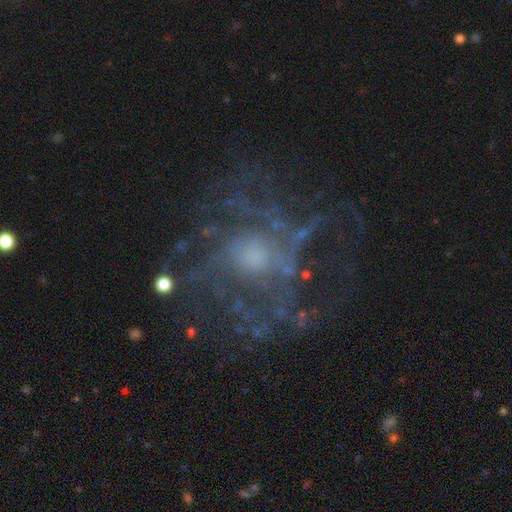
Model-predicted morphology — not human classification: featured or disk 74%, star or artifact 14%, smooth 12%. Down the decision tree: edge-on disk — no (97%); bar — no (81%); spiral arms — yes (66%); bulge size — moderate (50%); merging — none (64%).